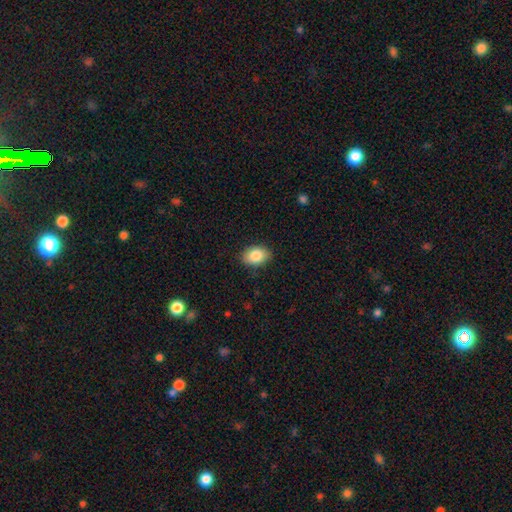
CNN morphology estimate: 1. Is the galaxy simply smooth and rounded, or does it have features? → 84% smooth, 8% featured or disk, 8% star or artifact.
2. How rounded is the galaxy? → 79% in between, 20% round, 1% cigar-shaped.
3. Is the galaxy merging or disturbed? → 88% none, 9% minor disturbance, 2% major disturbance, 1% merger.